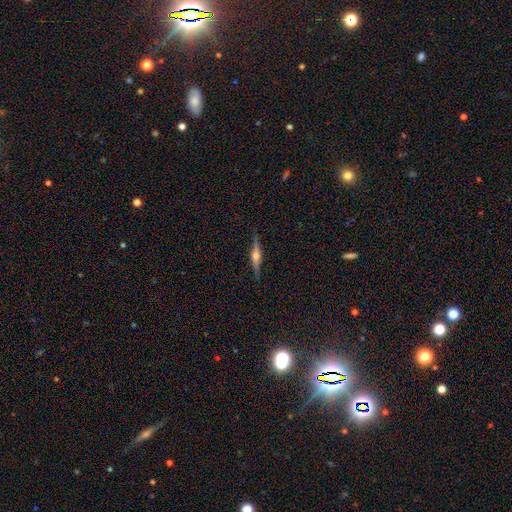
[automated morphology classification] This appears to be a featured or disk galaxy (80%) viewed edge-on (98%) with a rounded central bulge (87%). Merging: none (89%).